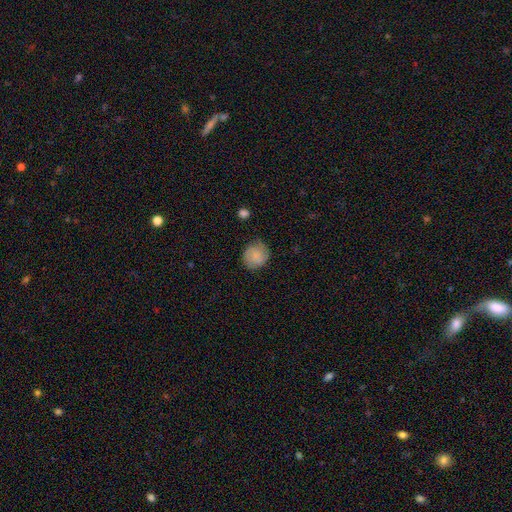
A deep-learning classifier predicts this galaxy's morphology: type=smooth (71%); roundness=round (82%); merging=none (77%).